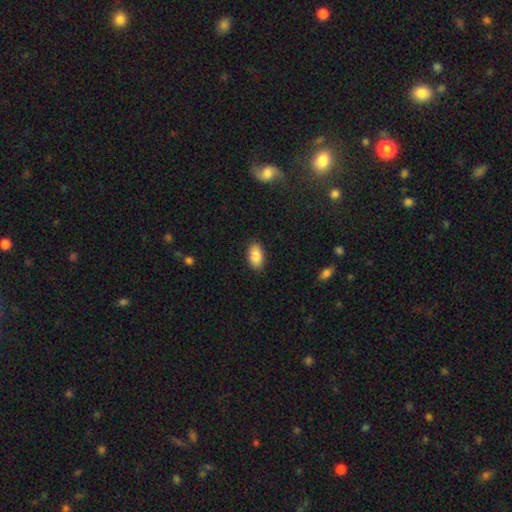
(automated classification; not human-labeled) Smooth or featured? Predicted: smooth (p=0.87). How rounded? Predicted: in between (p=0.93). Merging? Predicted: none (p=0.87).